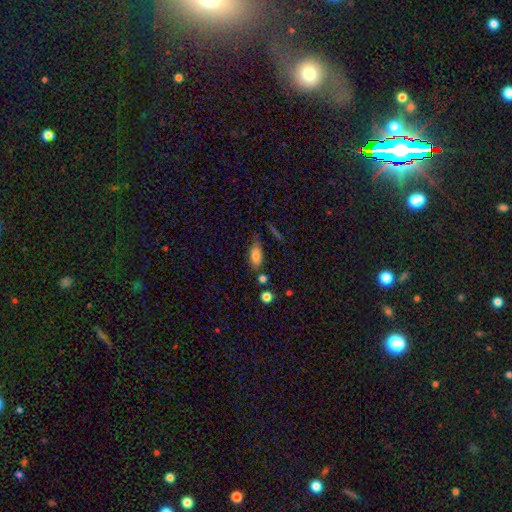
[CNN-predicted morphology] Q: Smooth or featured?
A: smooth (81%); runner-up: featured or disk (10%)
Q: How rounded?
A: in between (85%); runner-up: cigar-shaped (12%)
Q: Merging?
A: none (59%); runner-up: minor disturbance (24%)